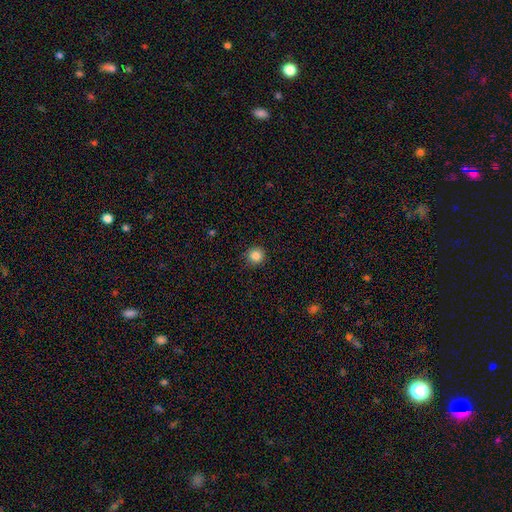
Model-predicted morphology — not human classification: smooth-or-featured: smooth: 86% | star or artifact: 11% | featured or disk: 4%
  how-rounded: round: 95% | in between: 4% | cigar-shaped: 1%
  merging: none: 90% | minor disturbance: 7% | major disturbance: 2% | merger: 1%